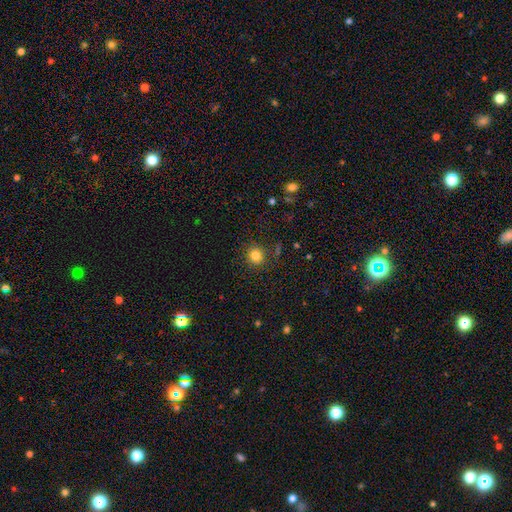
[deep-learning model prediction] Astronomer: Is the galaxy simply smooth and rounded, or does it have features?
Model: smooth — 82%.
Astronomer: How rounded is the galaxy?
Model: round — 89%.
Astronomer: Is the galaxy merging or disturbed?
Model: none — 88%.